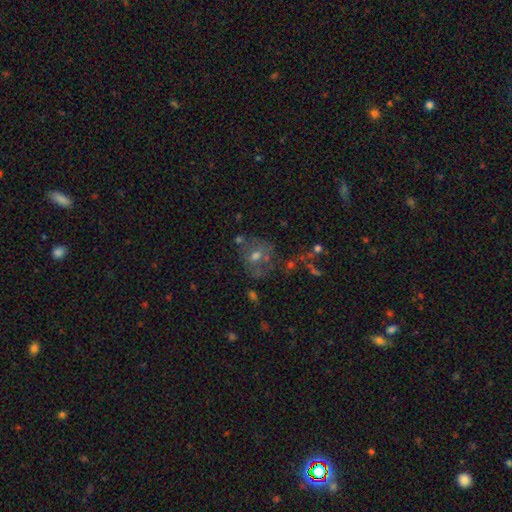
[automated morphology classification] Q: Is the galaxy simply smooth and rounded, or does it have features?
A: smooth — 41%.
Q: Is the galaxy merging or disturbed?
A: none — 53%.